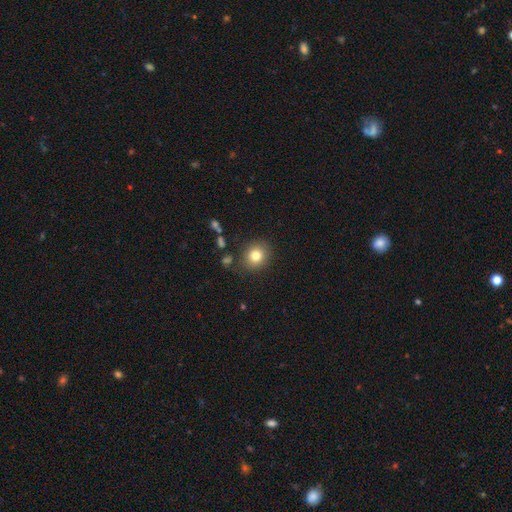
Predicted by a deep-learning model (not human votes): This appears to be a smooth galaxy with no disk features (81%) that is round (77%). Merging: none (84%).